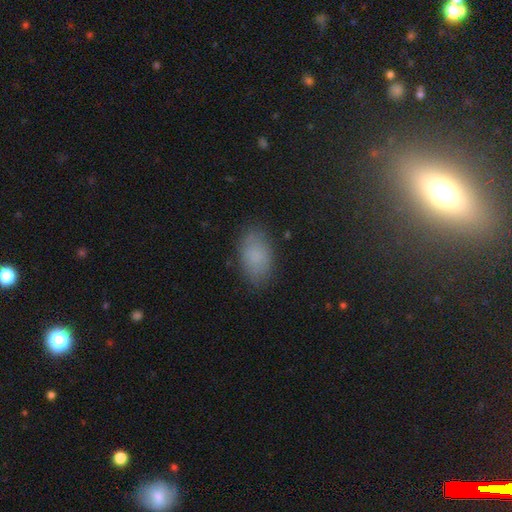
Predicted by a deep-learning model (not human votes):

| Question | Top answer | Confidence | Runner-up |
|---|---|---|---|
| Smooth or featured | smooth | 82% | star or artifact (11%) |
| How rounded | in between | 92% | round (6%) |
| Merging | none | 83% | minor disturbance (12%) |